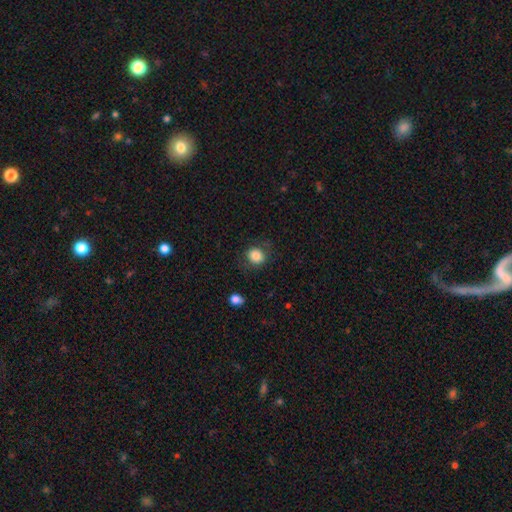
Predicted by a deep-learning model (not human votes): This appears to be a smooth galaxy with no disk features (83%) that is round (74%). Merging: none (75%).